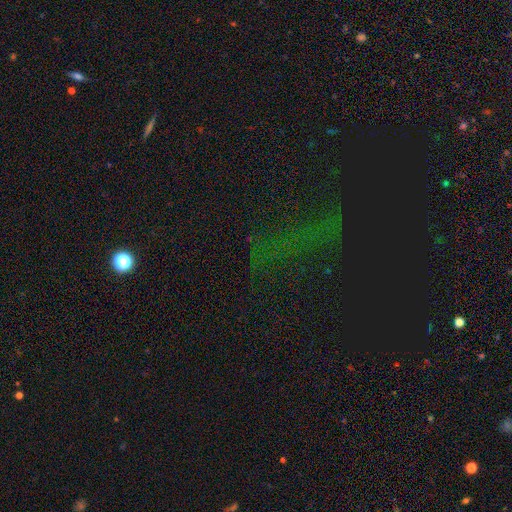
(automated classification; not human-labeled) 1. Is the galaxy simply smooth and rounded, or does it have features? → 67% star or artifact, 21% smooth, 12% featured or disk.